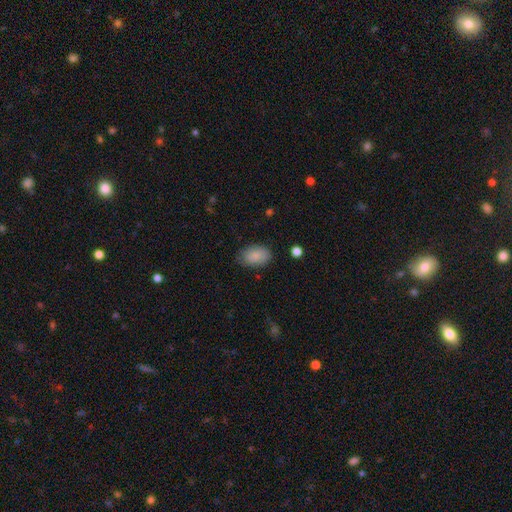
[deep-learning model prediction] smooth-or-featured: smooth: 87% | star or artifact: 7% | featured or disk: 7%
  how-rounded: in between: 90% | round: 8% | cigar-shaped: 1%
  merging: none: 79% | minor disturbance: 16% | major disturbance: 4% | merger: 1%